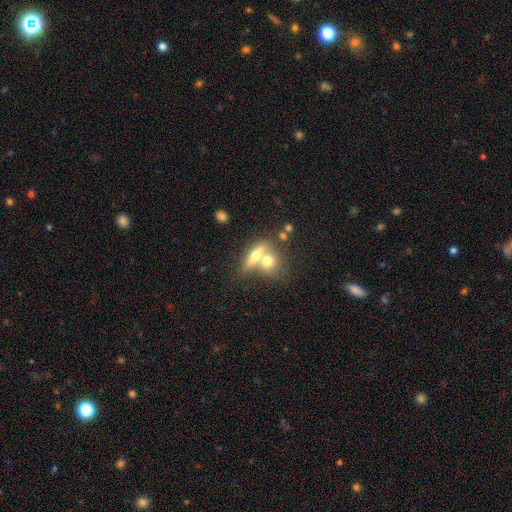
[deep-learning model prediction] A smooth galaxy with no disk features (58%) that is in between round and cigar-shaped (43%).

Vote fractions:
- Smooth or featured? smooth: 58% / featured or disk: 34% / star or artifact: 8%
- How rounded? in between: 43% / cigar-shaped: 33% / round: 24%
- Merging? merger: 50% / none: 38% / minor disturbance: 8% / major disturbance: 4%